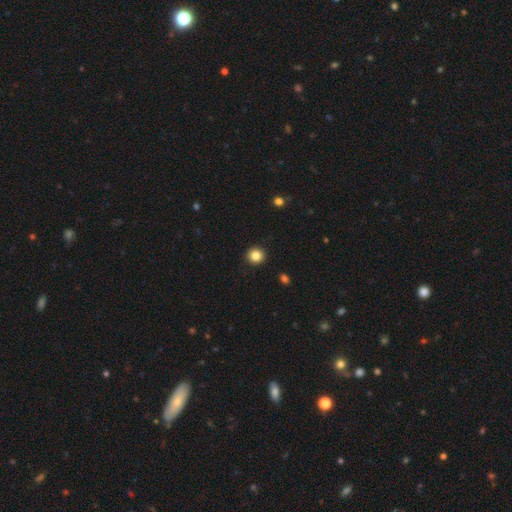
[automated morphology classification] Smooth or featured: smooth — 85% (star or artifact — 11%)
How rounded: round — 94% (in between — 6%)
Merging: none — 93% (minor disturbance — 4%)